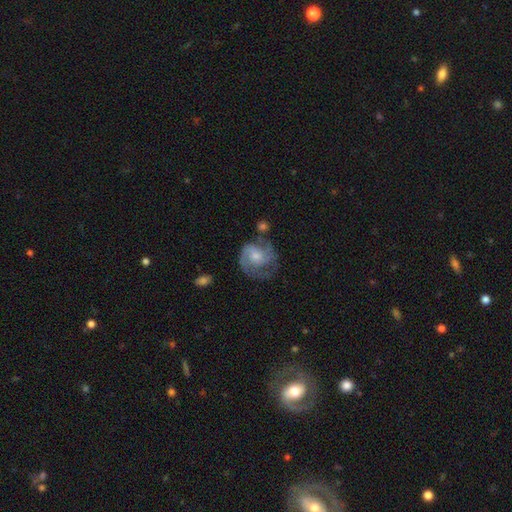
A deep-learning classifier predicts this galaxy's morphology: type=featured or disk (77%); edge-on=no (98%); bar=no (65%); spiral arms=yes (93%); winding=medium (45%); arm count=2 (49%); bulge=moderate (46%); merging=none (57%).